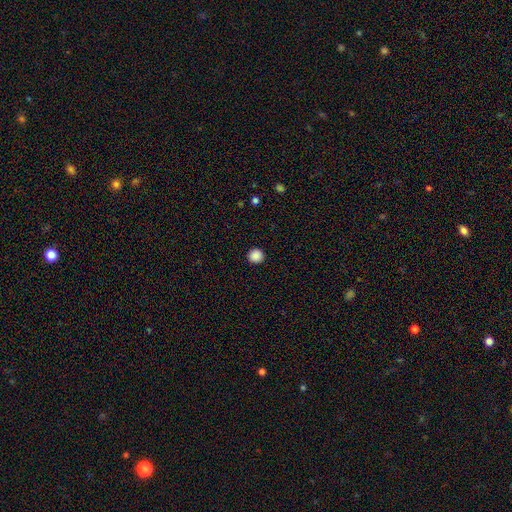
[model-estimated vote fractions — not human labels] A smooth galaxy with no disk features (88%) that is round (95%). Merging: none (93%).